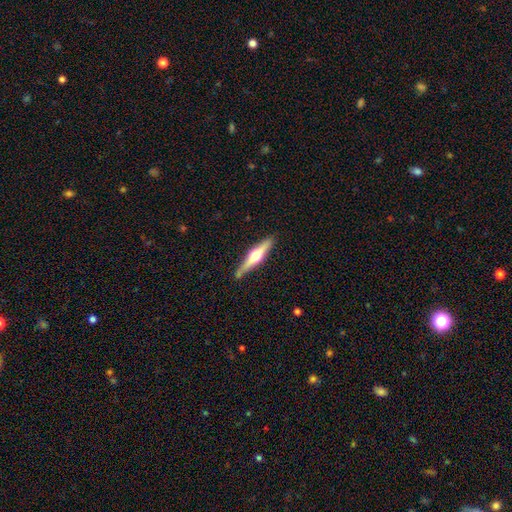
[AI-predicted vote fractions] Morphology: type=featured or disk (68%); edge-on=yes (97%); edge-on bulge=rounded (94%); merging=none (85%).